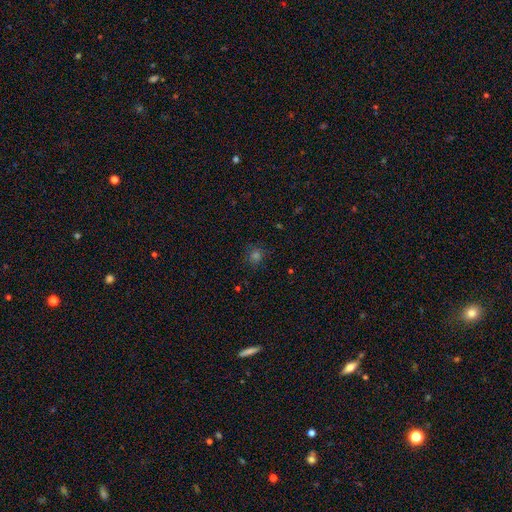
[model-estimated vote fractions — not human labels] The model was most divided on "smooth or featured": smooth: 65%, star or artifact: 28%, featured or disk: 7%. More confident: how rounded — round (90%); merging — none (86%).